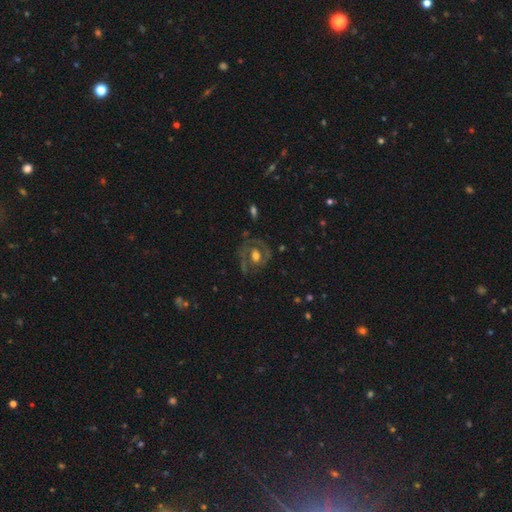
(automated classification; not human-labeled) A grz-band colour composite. It shows a featured or disk galaxy (72%) with no bar (58%), 2 (68%) medium (45%) spiral arms (74%) and a moderate central bulge (58%). Merging: none (66%).